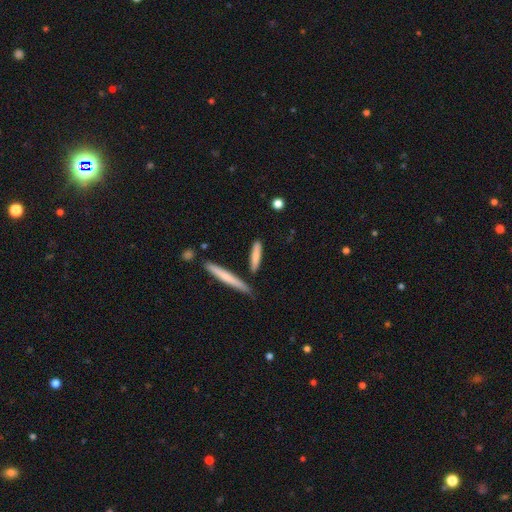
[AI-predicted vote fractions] Smooth or featured? Predicted: smooth (p=0.75). How rounded? Predicted: cigar-shaped (p=0.85). Merging? Predicted: none (p=0.78).